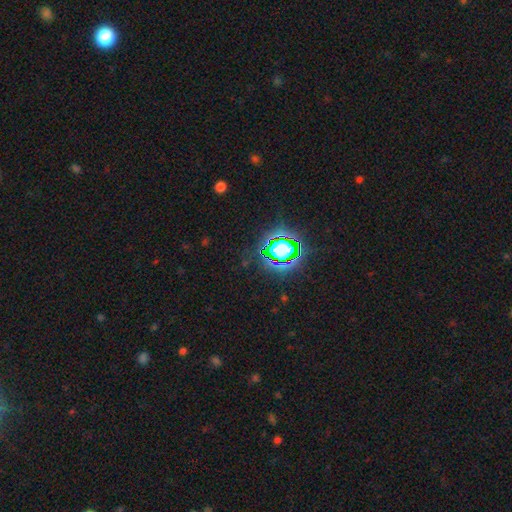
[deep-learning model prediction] Morphology: type=star or artifact (78%).